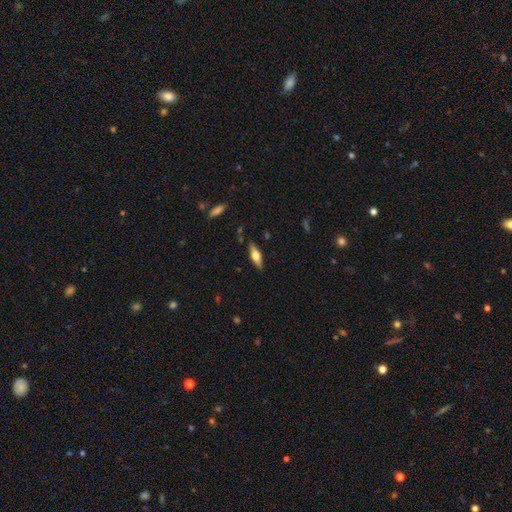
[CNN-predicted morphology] This appears to be a smooth galaxy with no disk features (49%). Merging: none (84%).